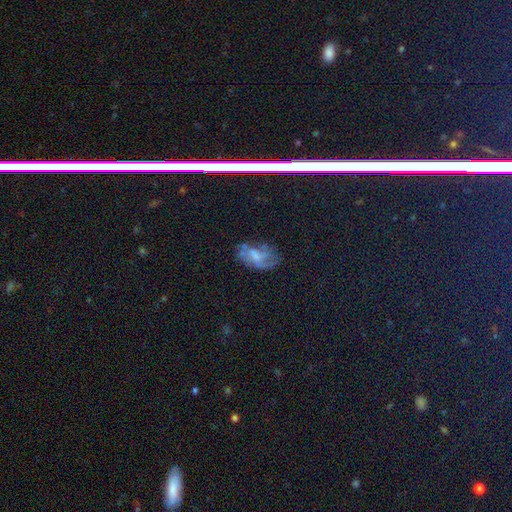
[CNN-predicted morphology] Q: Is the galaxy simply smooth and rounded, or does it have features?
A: featured or disk — 46%.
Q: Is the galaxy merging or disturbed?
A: none — 51%.